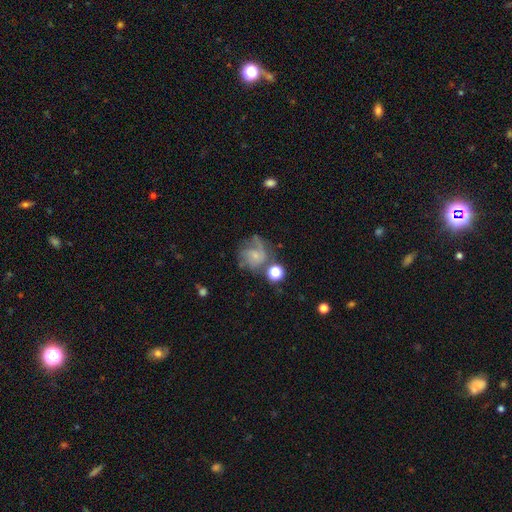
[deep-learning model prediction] A featured or disk galaxy (55%) with no bar (73%), spiral arms (80%) and a small central bulge (67%).

Vote fractions:
- Smooth or featured? featured or disk: 55% / smooth: 34% / star or artifact: 11%
- Edge-on disk? no: 98% / yes: 2%
- Bar? no: 73% / weak: 23% / strong: 4%
- Spiral arms? yes: 80% / no: 20%
- Bulge size? small: 67% / moderate: 15% / none: 14% / large: 2% / dominant: 1%
- Merging? none: 40% / major disturbance: 28% / minor disturbance: 22% / merger: 10%